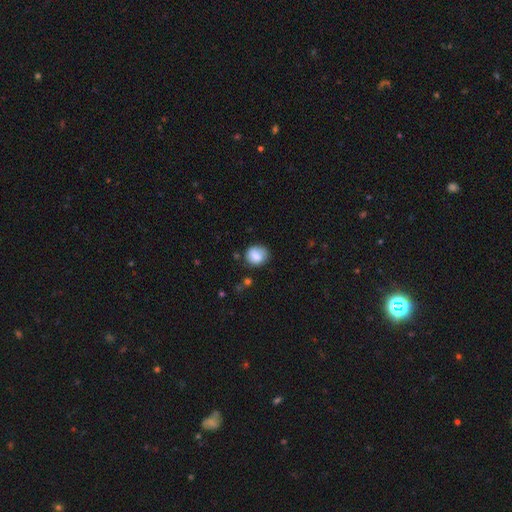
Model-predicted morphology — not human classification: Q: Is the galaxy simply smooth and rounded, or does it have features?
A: smooth — 80%.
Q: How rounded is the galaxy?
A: round — 75%.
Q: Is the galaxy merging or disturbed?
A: none — 69%.